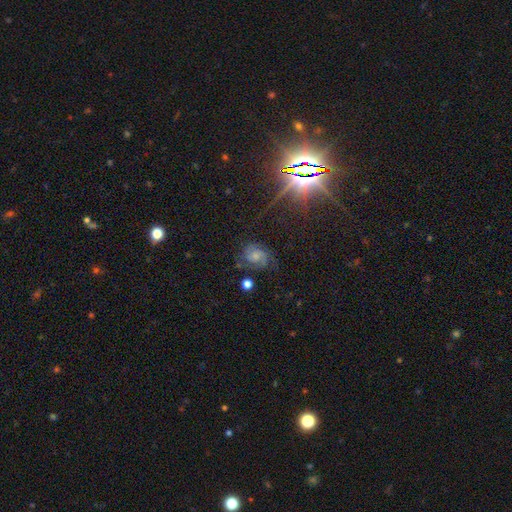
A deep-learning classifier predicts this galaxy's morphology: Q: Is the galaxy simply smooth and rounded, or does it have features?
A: featured or disk — 62%.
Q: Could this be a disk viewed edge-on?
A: no — 97%.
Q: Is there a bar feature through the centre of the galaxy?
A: no — 68%.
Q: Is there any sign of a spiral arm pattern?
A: yes — 92%.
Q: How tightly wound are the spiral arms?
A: medium — 47%.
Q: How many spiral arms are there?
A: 2 — 60%.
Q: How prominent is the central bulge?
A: small — 44%.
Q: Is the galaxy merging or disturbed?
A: none — 62%.